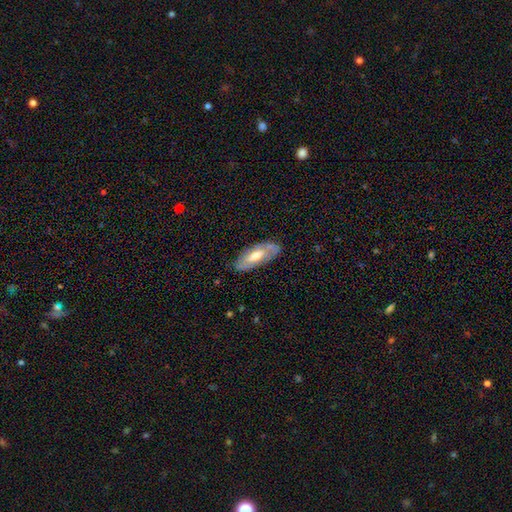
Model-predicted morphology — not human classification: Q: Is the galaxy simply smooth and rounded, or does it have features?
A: featured or disk — 65%.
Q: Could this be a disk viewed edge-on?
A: no — 83%.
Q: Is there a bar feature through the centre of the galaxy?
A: weak — 44%.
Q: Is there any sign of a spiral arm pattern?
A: yes — 70%.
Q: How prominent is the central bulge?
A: moderate — 68%.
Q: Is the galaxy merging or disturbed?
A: none — 79%.